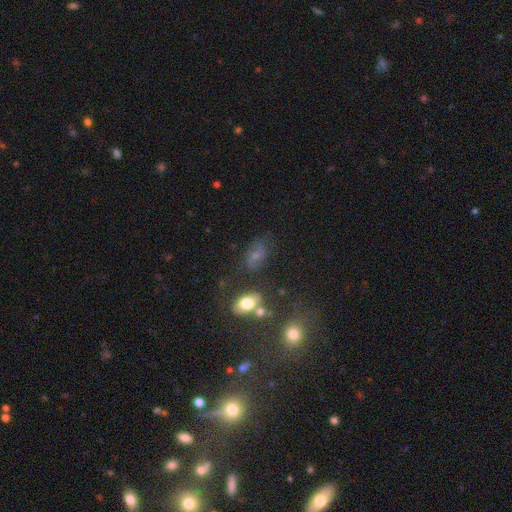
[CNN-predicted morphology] Overall: smooth (48%; featured or disk 32%). Merging: none (56%; minor disturbance 23%).